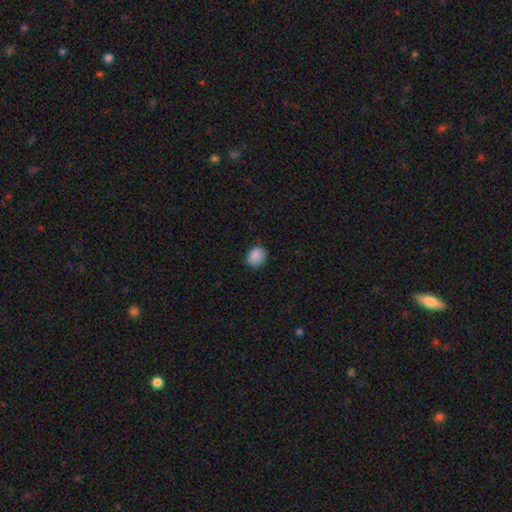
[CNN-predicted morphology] smooth_or_featured: smooth (p=0.88) [alt: star or artifact p=0.08]
how_rounded: round (p=0.52) [alt: in between p=0.48]
merging: none (p=0.80) [alt: minor disturbance p=0.17]